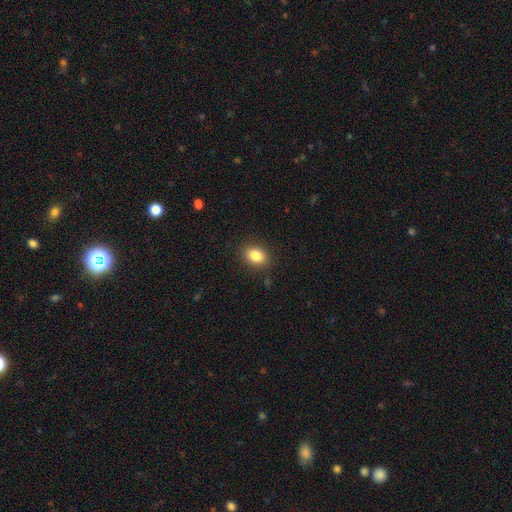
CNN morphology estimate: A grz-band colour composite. It shows a smooth galaxy with no disk features (85%) that is in between round and cigar-shaped (64%). Merging: none (87%).